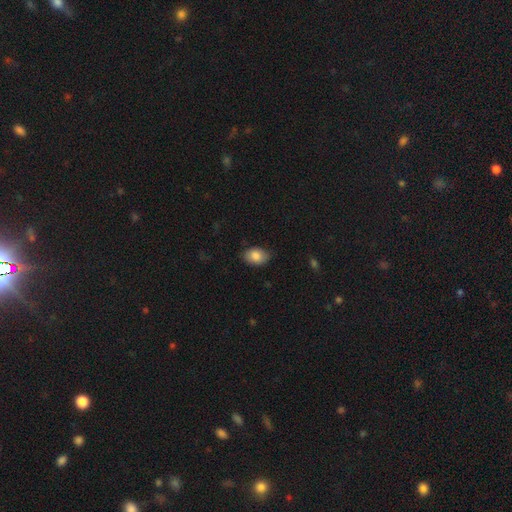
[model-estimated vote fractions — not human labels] Q: Smooth or featured?
A: smooth (85%); runner-up: featured or disk (8%)
Q: How rounded?
A: in between (83%); runner-up: round (16%)
Q: Merging?
A: none (80%); runner-up: minor disturbance (17%)